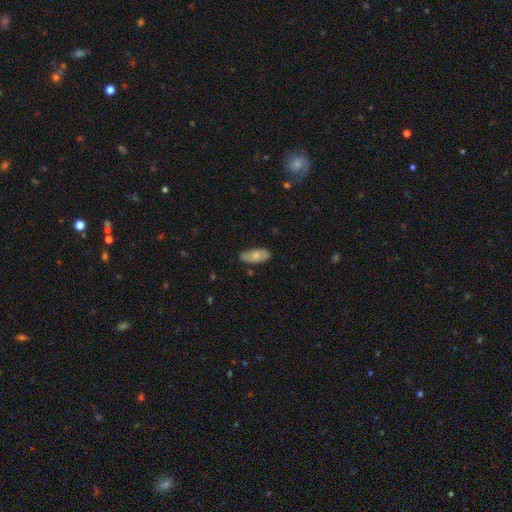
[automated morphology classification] Overall: smooth (69%). How rounded: in between (87%). Merging: none (79%).